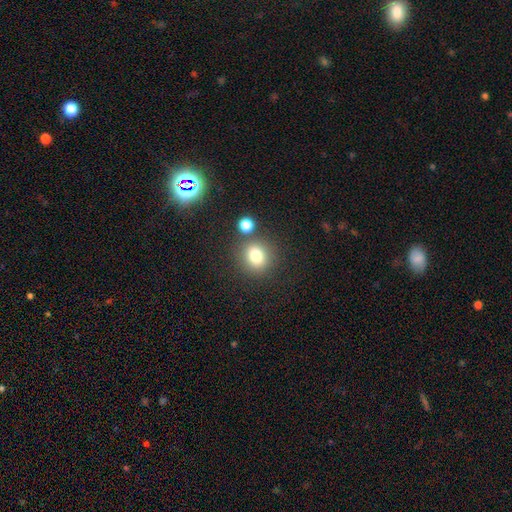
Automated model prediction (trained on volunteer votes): A smooth galaxy with no disk features (78%) that is round (81%). Merging: none (76%).